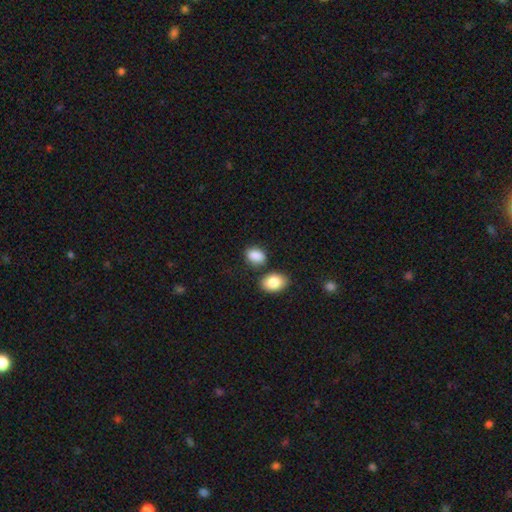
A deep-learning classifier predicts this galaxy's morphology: Overall: smooth (87%). How rounded: in between (77%). Merging: none (69%).